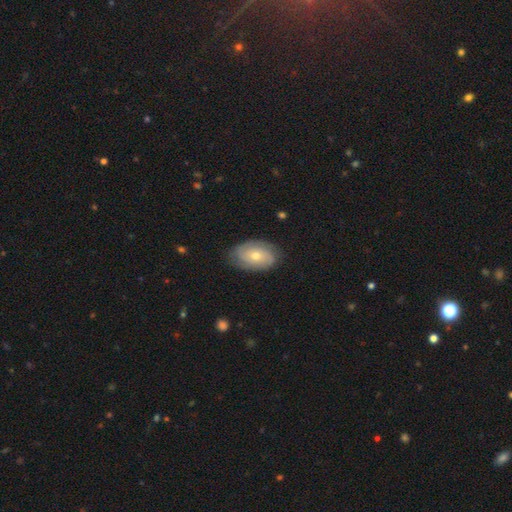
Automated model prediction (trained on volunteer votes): Smooth or featured? Predicted: featured or disk (p=0.57). Edge-on disk? Predicted: no (p=0.94). Bar? Predicted: no (p=0.74). Spiral arms? Predicted: yes (p=0.82). Bulge size? Predicted: moderate (p=0.53). Merging? Predicted: none (p=0.79).